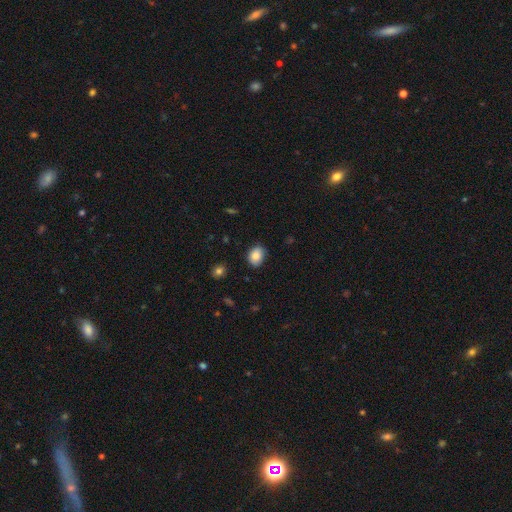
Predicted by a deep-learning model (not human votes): smooth-or-featured: smooth: 84% | star or artifact: 8% | featured or disk: 8%
  how-rounded: in between: 64% | round: 35% | cigar-shaped: 1%
  merging: none: 83% | minor disturbance: 14% | major disturbance: 2% | merger: 1%